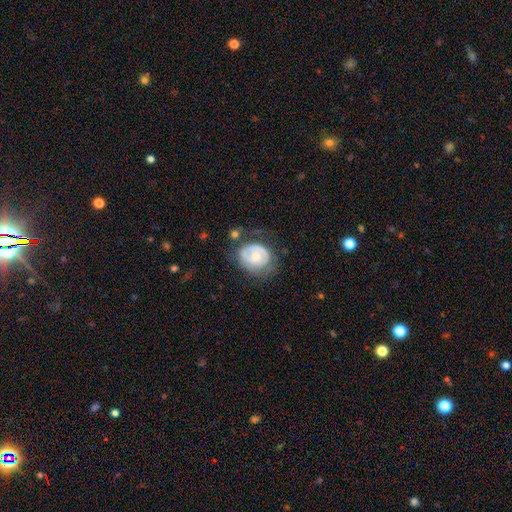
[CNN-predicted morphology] This is possibly a featured or disk galaxy (50%). It is clearly not viewed edge-on (97%). Merging: possibly none (48%).